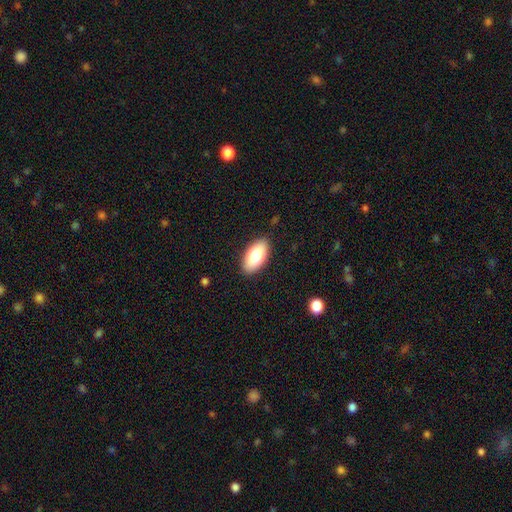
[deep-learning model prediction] A smooth galaxy with no disk features (80%) that is in between round and cigar-shaped (93%). Merging: none (88%).